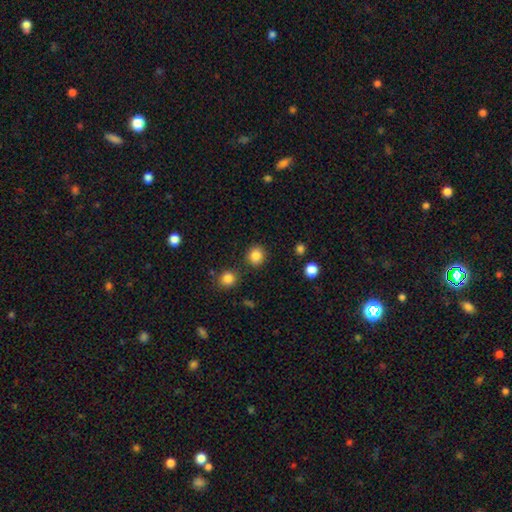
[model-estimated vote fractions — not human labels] Morphology: type=smooth (85%); roundness=round (85%); merging=none (85%).